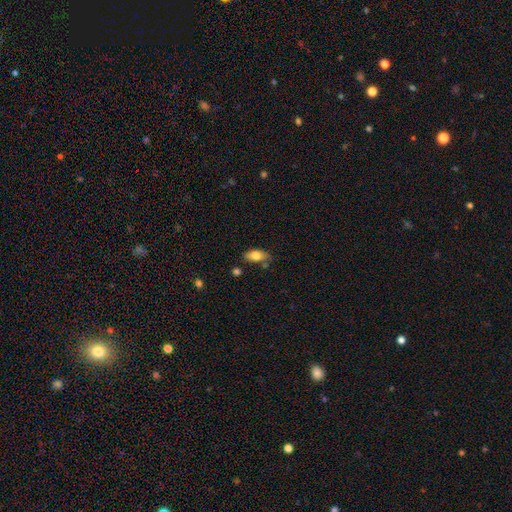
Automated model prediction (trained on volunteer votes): Smooth or featured?
  - smooth: 78% *
  - featured or disk: 15%
  - star or artifact: 7%
How rounded?
  - in between: 89% *
  - cigar-shaped: 8%
  - round: 4%
Merging?
  - none: 68% *
  - minor disturbance: 21%
  - merger: 6%
  - major disturbance: 5%